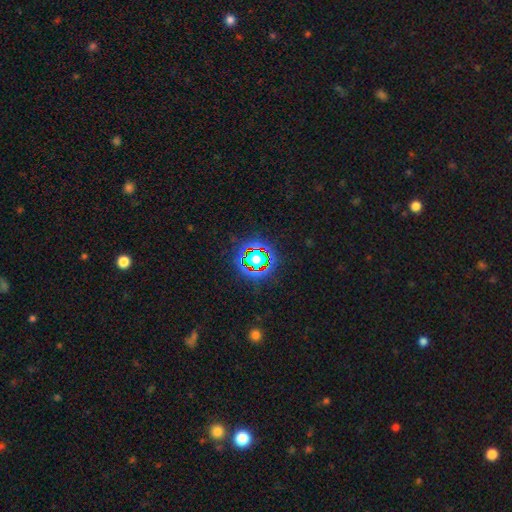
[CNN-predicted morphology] Smooth or featured?
  - star or artifact: 79% *
  - smooth: 13%
  - featured or disk: 8%